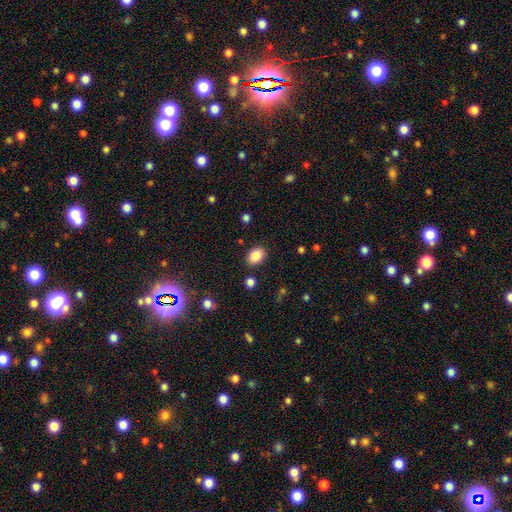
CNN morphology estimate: Smooth or featured? smooth (86%)
How rounded? in between (72%)
Merging? none (86%)